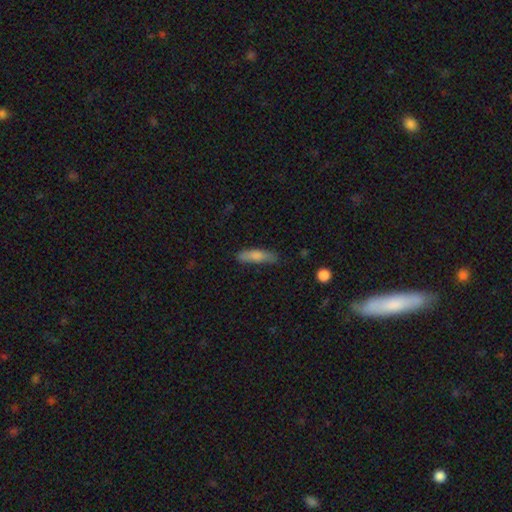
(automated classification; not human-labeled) The model was most divided on "how rounded": cigar-shaped: 64%, in between: 35%, round: 2%. More confident: smooth or featured — smooth (77%); merging — none (74%).